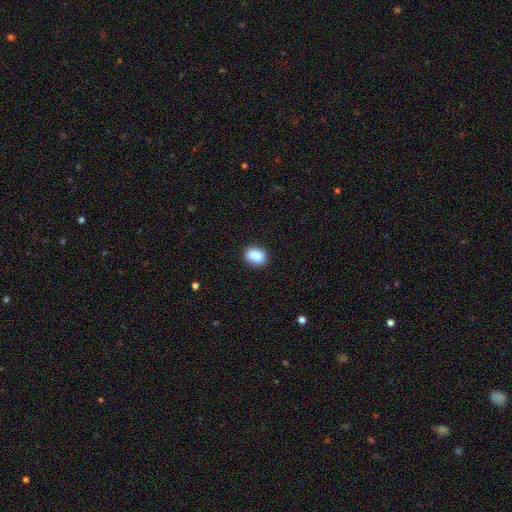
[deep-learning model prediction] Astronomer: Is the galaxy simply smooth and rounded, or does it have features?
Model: smooth — 88%.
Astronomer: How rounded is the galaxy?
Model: in between — 70%.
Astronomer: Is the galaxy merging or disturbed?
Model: none — 88%.